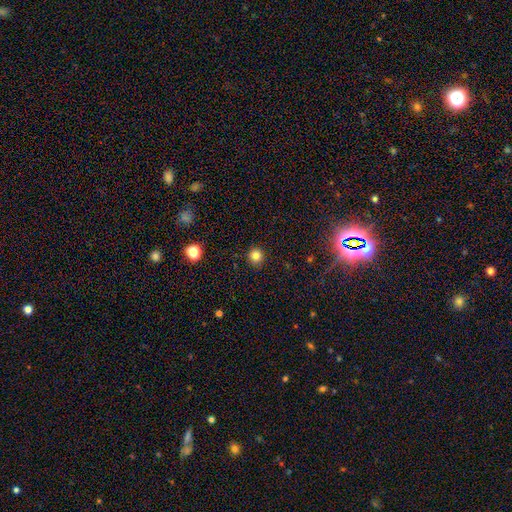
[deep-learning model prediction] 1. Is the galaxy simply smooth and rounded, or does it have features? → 82% smooth, 13% star or artifact, 5% featured or disk.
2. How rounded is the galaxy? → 93% round, 6% in between, 1% cigar-shaped.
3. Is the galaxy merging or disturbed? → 91% none, 6% minor disturbance, 2% major disturbance, 1% merger.